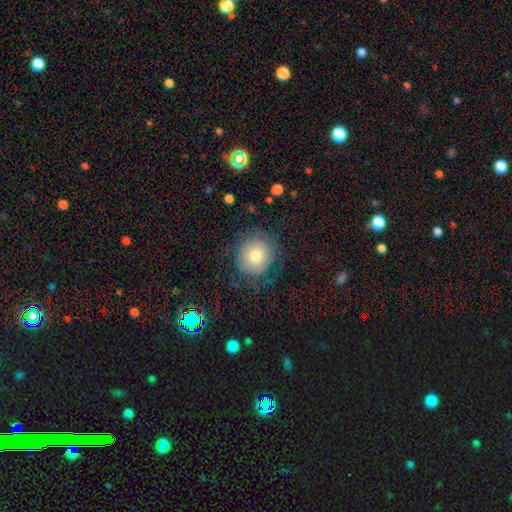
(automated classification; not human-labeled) smooth 63%, featured or disk 26%, star or artifact 10%. Down the decision tree: how rounded — round (88%); merging — none (71%).